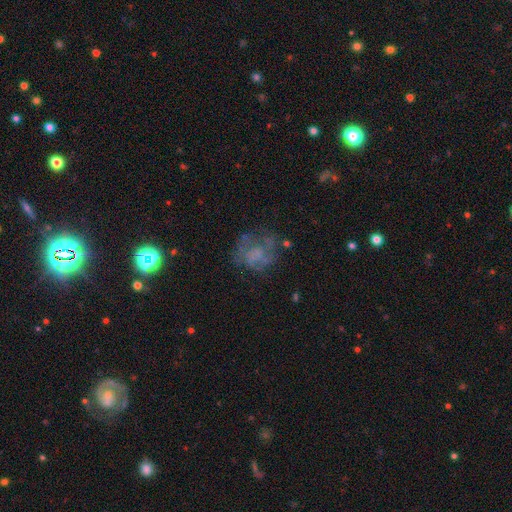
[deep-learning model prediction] A featured or disk galaxy (47%).

Vote fractions:
- Smooth or featured? featured or disk: 47% / smooth: 29% / star or artifact: 24%
- Merging? none: 58% / major disturbance: 21% / minor disturbance: 18% / merger: 3%